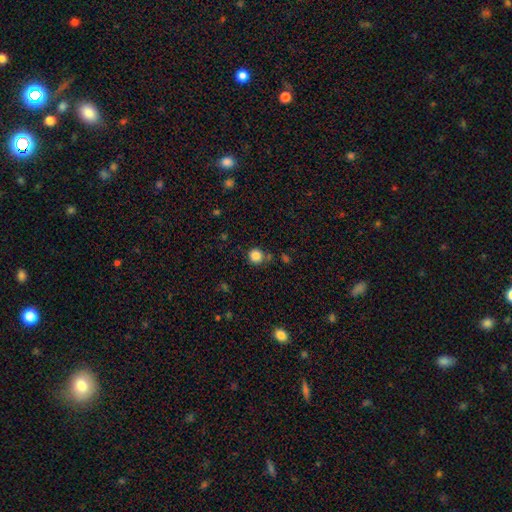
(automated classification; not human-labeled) A smooth galaxy with no disk features (85%) that is round (92%).

Vote fractions:
- Smooth or featured? smooth: 85% / star or artifact: 11% / featured or disk: 4%
- How rounded? round: 92% / in between: 7% / cigar-shaped: 1%
- Merging? none: 77% / minor disturbance: 12% / merger: 7% / major disturbance: 4%